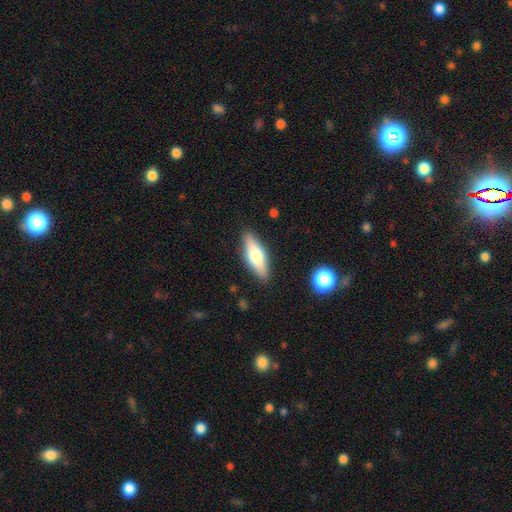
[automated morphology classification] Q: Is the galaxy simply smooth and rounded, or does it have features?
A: smooth — 60%.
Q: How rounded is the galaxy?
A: in between — 53%.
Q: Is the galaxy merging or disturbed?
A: none — 87%.